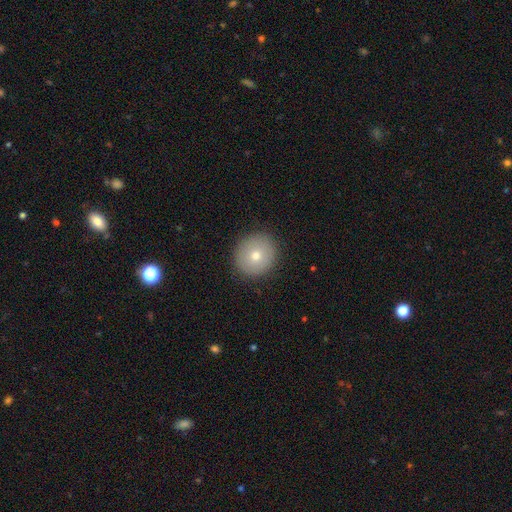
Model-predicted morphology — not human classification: Smooth or featured: smooth — 72% (featured or disk — 18%)
How rounded: round — 90% (in between — 9%)
Merging: none — 89% (minor disturbance — 7%)